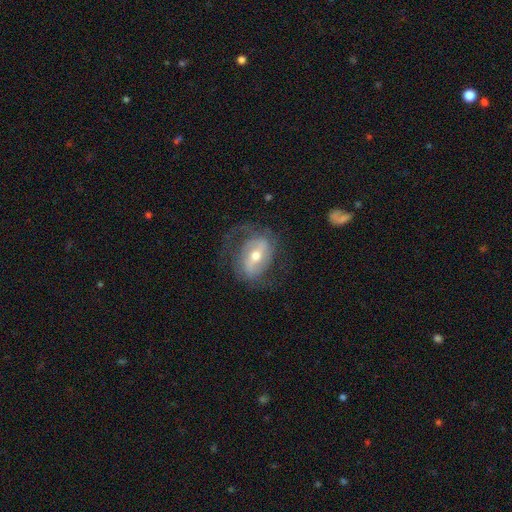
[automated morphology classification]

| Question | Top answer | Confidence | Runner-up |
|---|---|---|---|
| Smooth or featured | featured or disk | 77% | smooth (17%) |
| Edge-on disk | no | 95% | yes (5%) |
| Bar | strong | 44% | weak (39%) |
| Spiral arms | yes | 85% | no (15%) |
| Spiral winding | medium | 44% | loose (32%) |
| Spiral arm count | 2 | 74% | can't tell (12%) |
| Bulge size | moderate | 67% | small (26%) |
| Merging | none | 62% | minor disturbance (19%) |